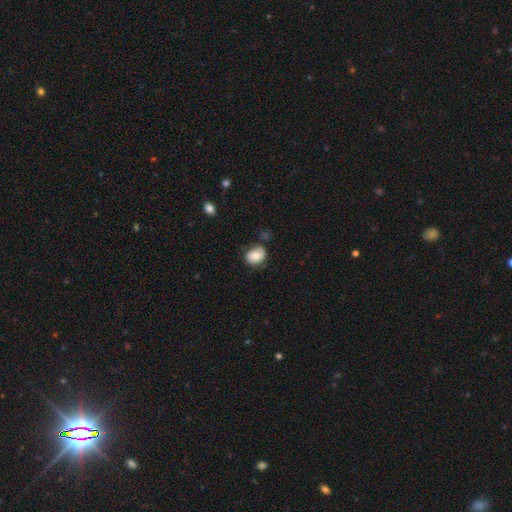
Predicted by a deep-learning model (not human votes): The model was most divided on "how rounded": in between: 53%, round: 46%, cigar-shaped: 1%. More confident: smooth or featured — smooth (66%); merging — none (60%).